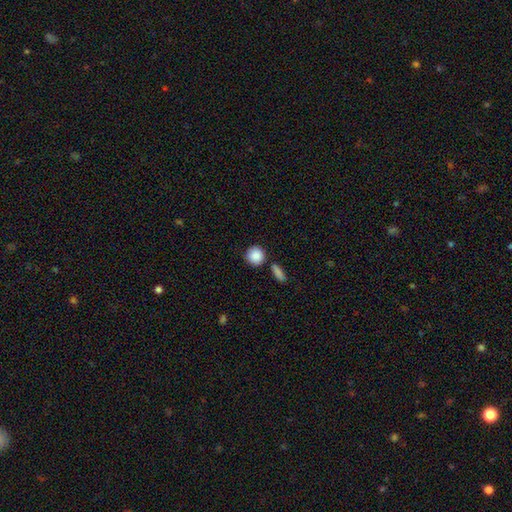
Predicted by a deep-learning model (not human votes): Overall: smooth (88%). How rounded: round (91%). Merging: none (79%).